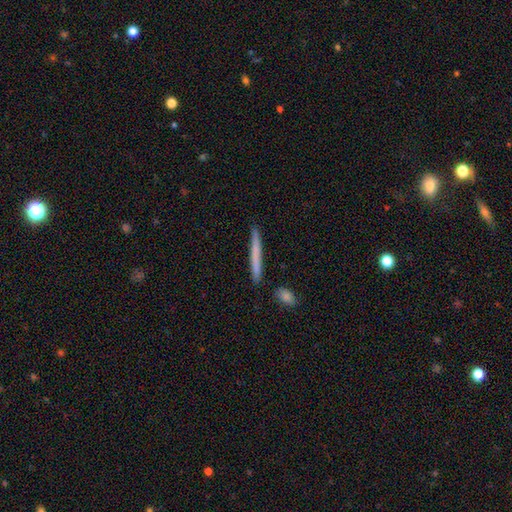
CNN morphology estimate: A smooth galaxy with no disk features (65%) that is cigar-shaped (97%). Merging: none (88%).